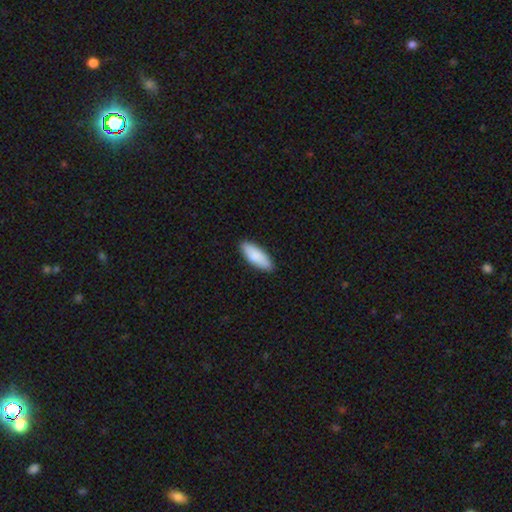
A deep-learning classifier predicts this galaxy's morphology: A smooth galaxy with no disk features (88%) that is in between round and cigar-shaped (70%).

Vote fractions:
- Smooth or featured? smooth: 88% / featured or disk: 7% / star or artifact: 5%
- How rounded? in between: 70% / cigar-shaped: 28% / round: 2%
- Merging? none: 89% / minor disturbance: 8% / major disturbance: 2% / merger: 1%